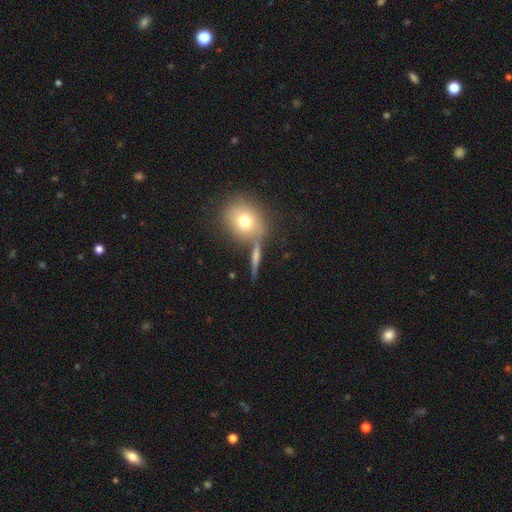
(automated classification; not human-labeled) The model was most divided on "smooth or featured": smooth: 45%, featured or disk: 42%, star or artifact: 13%. More confident: merging — none (72%).